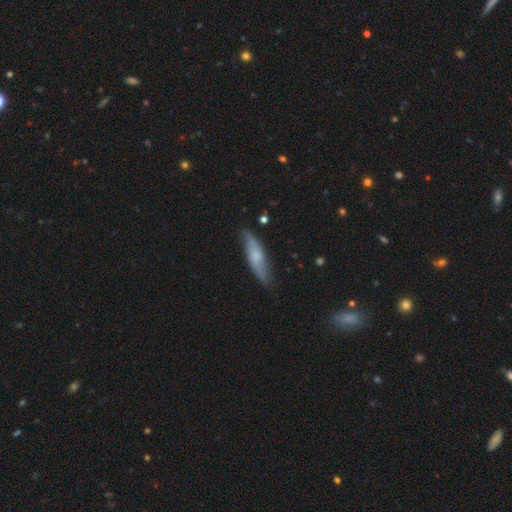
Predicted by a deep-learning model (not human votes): smooth-or-featured: smooth: 56% | featured or disk: 38% | star or artifact: 6%
  how-rounded: cigar-shaped: 69% | in between: 29% | round: 2%
  merging: none: 78% | minor disturbance: 18% | major disturbance: 3% | merger: 2%